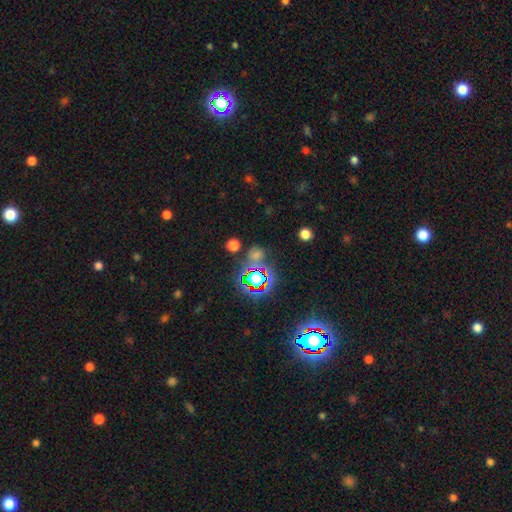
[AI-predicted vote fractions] star or artifact 61%, smooth 29%, featured or disk 9%.